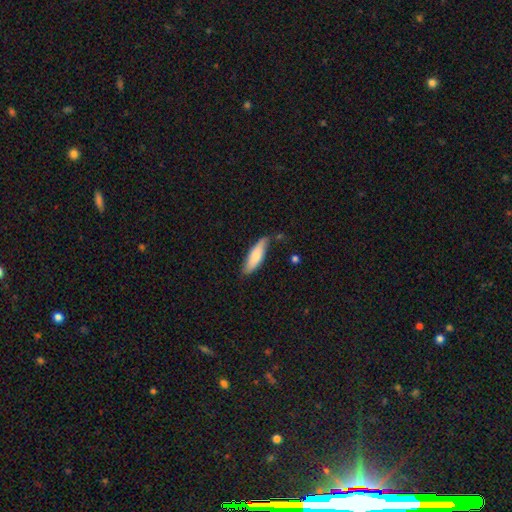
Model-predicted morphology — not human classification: The model was most divided on "how rounded" (2-way tie): in between: 49%, cigar-shaped: 49%, round: 2%. More confident: smooth or featured — smooth (72%); merging — none (68%).